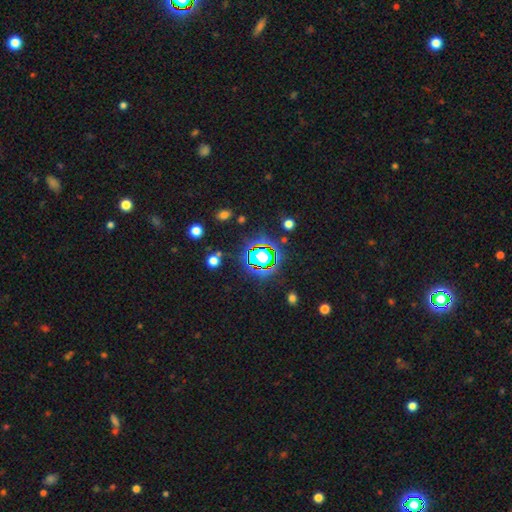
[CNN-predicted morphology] Smooth or featured? Predicted: star or artifact (p=0.71).